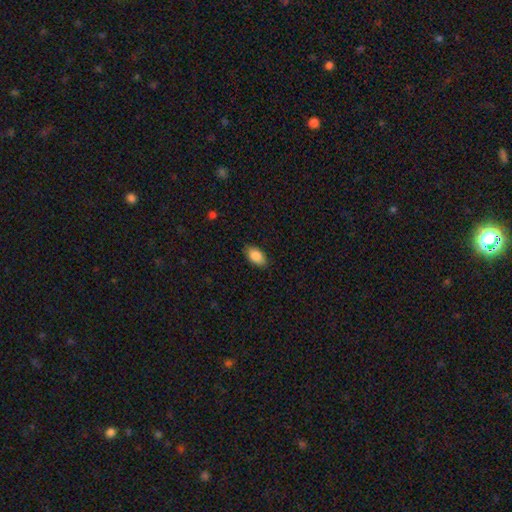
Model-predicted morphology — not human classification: type=smooth (86%); roundness=in between (93%); merging=none (84%).